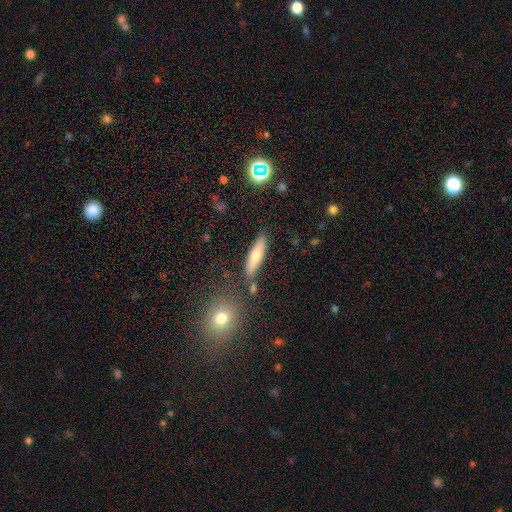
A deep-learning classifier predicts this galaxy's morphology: The model was most divided on "how rounded": cigar-shaped: 66%, in between: 32%, round: 2%. More confident: merging — none (78%); smooth or featured — smooth (65%).